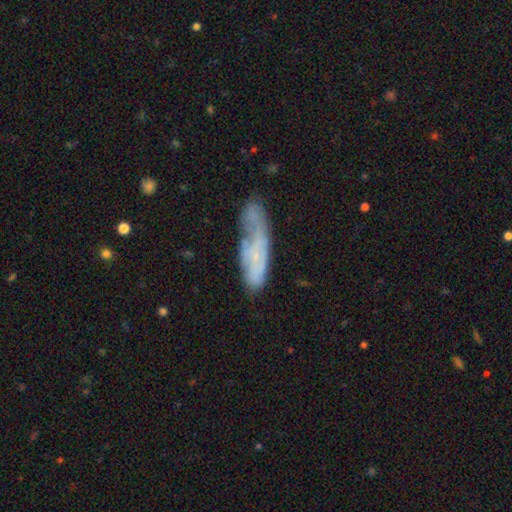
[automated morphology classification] This is possibly a featured or disk galaxy (47%). Merging: possibly none (47%).